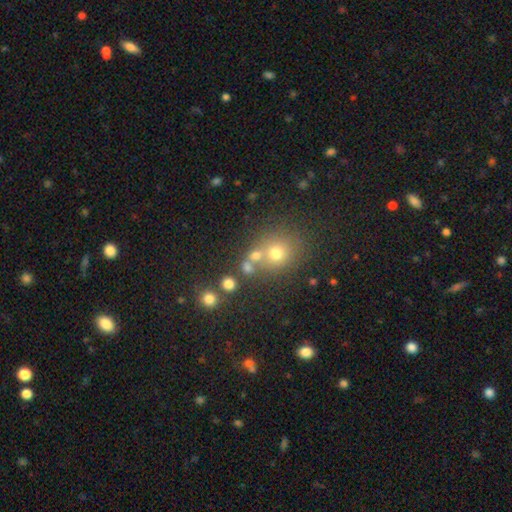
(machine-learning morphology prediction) A smooth galaxy with no disk features (66%) that is round (80%).

Vote fractions:
- Smooth or featured? smooth: 66% / star or artifact: 20% / featured or disk: 14%
- How rounded? round: 80% / in between: 19% / cigar-shaped: 1%
- Merging? none: 58% / merger: 26% / minor disturbance: 10% / major disturbance: 5%